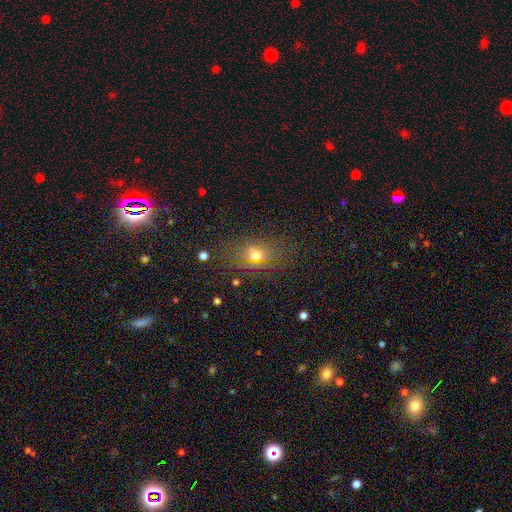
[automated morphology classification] Overall: smooth (60%; star or artifact 23%). How rounded: in between (66%; round 28%). Merging: none (79%).